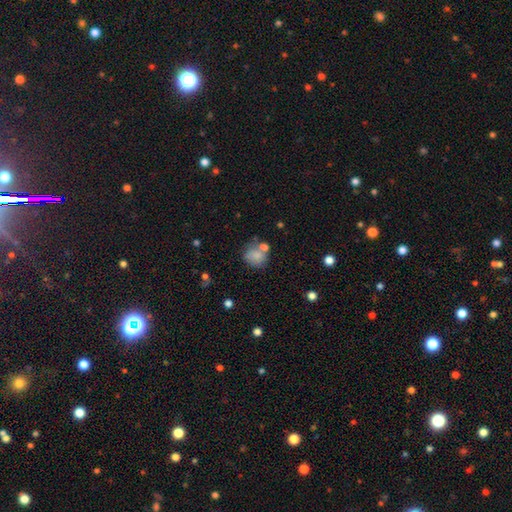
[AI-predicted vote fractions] Overall: smooth (77%). How rounded: round (74%). Merging: none (49%; merger 25%).